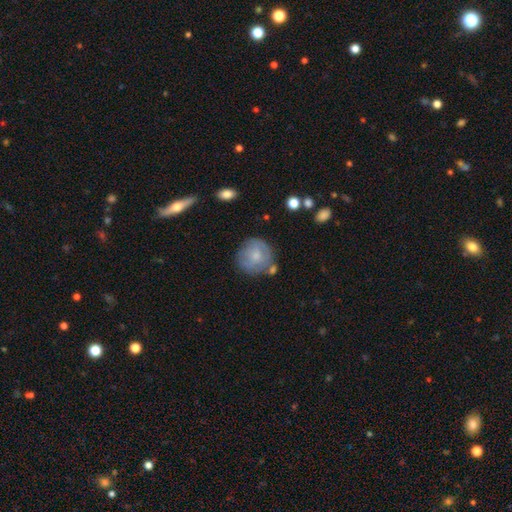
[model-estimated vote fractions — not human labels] Smooth or featured: smooth — 58% (featured or disk — 35%)
How rounded: round — 89% (in between — 10%)
Merging: none — 65% (minor disturbance — 21%)